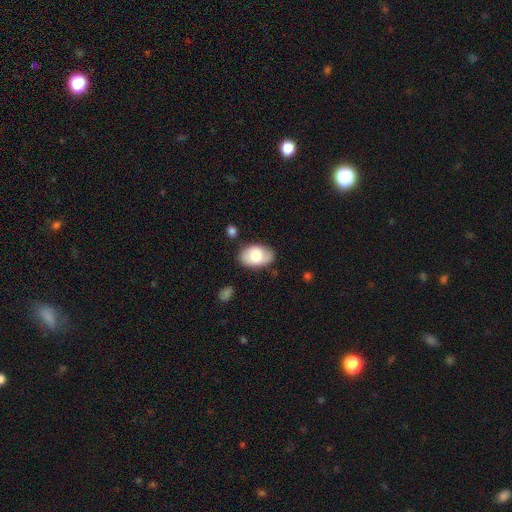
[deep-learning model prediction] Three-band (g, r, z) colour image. It shows a smooth galaxy with no disk features (73%) that is in between round and cigar-shaped (91%). Merging: none (73%).